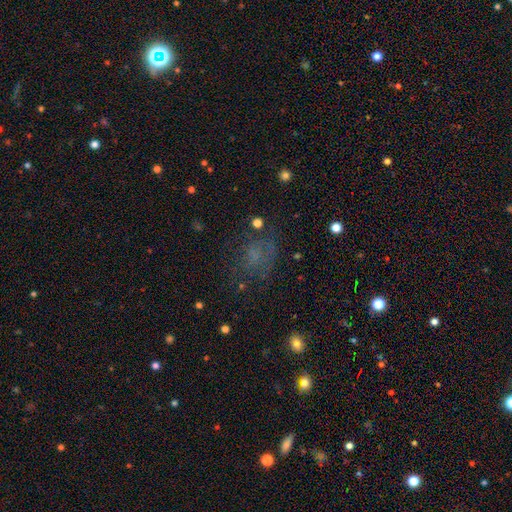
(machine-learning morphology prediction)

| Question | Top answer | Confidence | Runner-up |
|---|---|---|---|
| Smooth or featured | smooth | 46% | star or artifact (28%) |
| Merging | none | 54% | major disturbance (21%) |